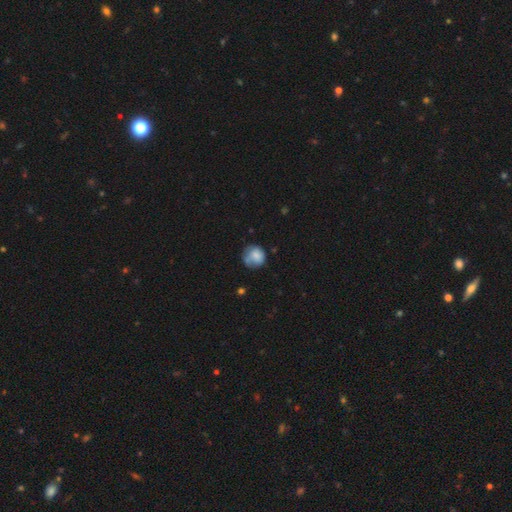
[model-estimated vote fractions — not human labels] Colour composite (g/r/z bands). It shows a smooth galaxy with no disk features (72%) that is round (81%). Merging: none (54%).